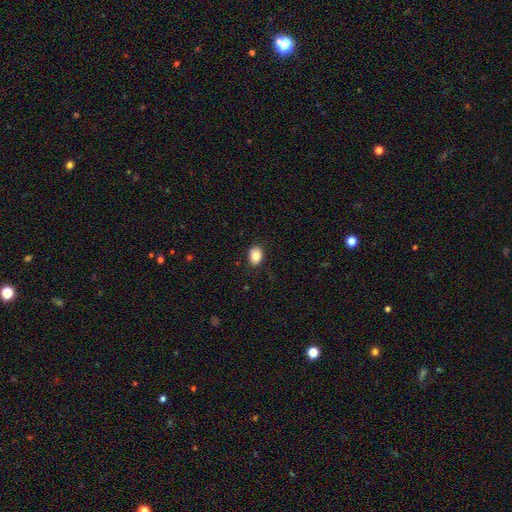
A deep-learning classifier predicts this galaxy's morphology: smooth-or-featured: smooth: 84% | star or artifact: 8% | featured or disk: 8%
  how-rounded: in between: 75% | round: 24% | cigar-shaped: 1%
  merging: none: 86% | minor disturbance: 11% | major disturbance: 2% | merger: 1%